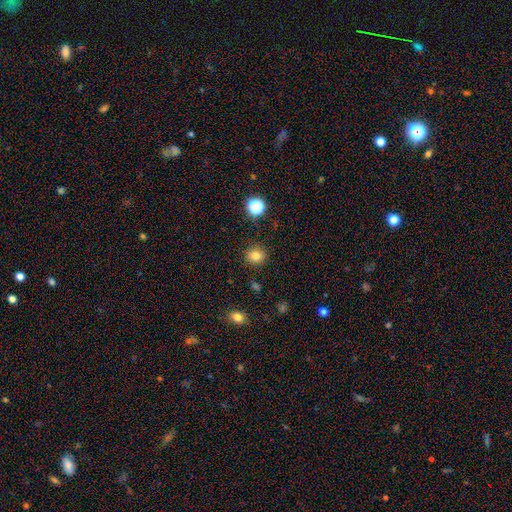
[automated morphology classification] smooth 79%, star or artifact 14%, featured or disk 7%. Down the decision tree: how rounded — round (82%); merging — none (88%).